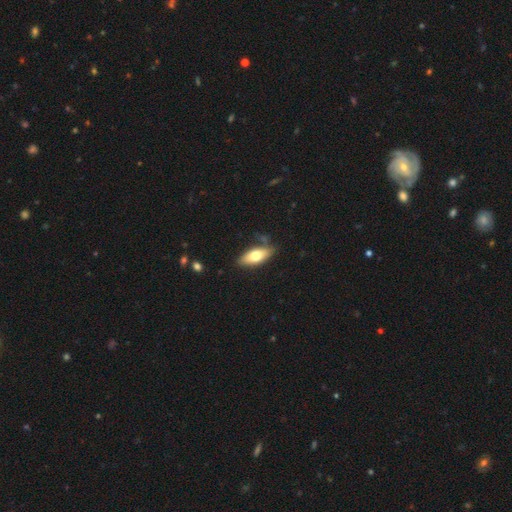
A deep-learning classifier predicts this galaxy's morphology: smooth-or-featured: smooth: 65% | featured or disk: 29% | star or artifact: 6%
  how-rounded: in between: 81% | cigar-shaped: 16% | round: 3%
  merging: none: 77% | minor disturbance: 15% | merger: 4% | major disturbance: 3%